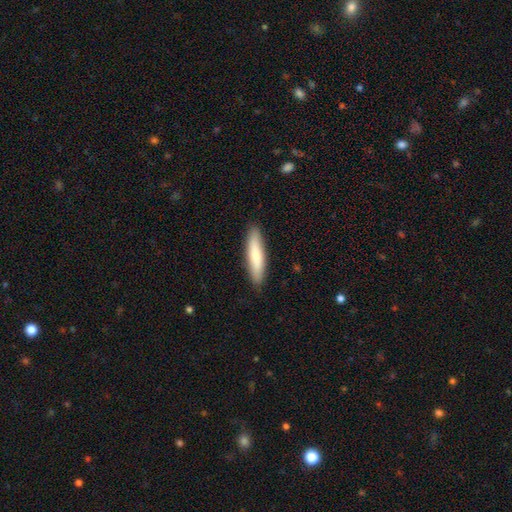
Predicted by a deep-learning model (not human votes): This appears to be a smooth galaxy with no disk features (78%) that is cigar-shaped (79%). Merging: none (90%).